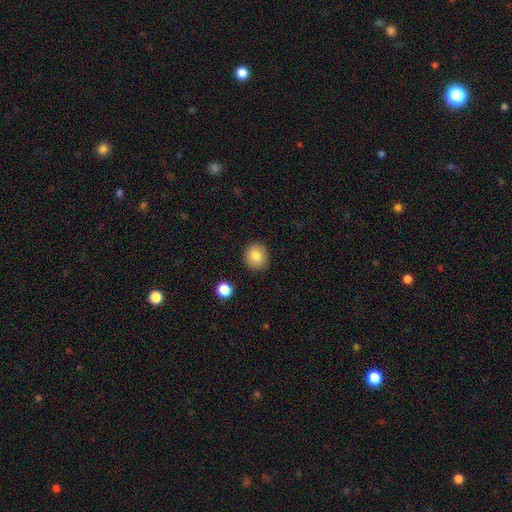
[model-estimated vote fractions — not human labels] Smooth or featured? smooth (83%)
How rounded? round (92%)
Merging? none (91%)